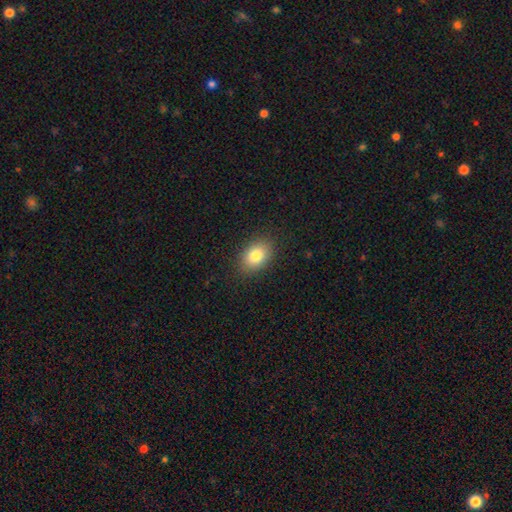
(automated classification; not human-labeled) Overall: smooth (83%). How rounded: in between (82%). Merging: none (86%).